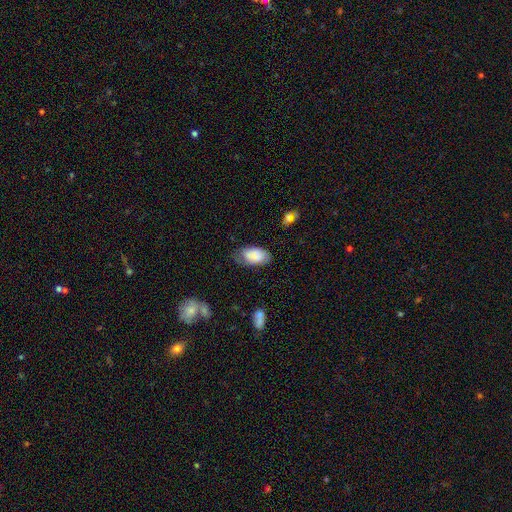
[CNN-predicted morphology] type=smooth (77%); roundness=in between (94%); merging=none (62%).